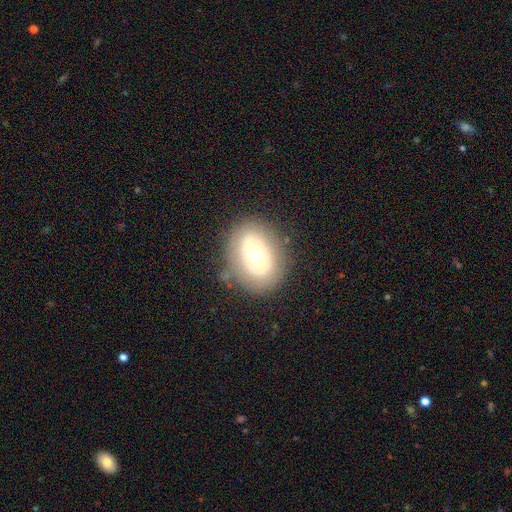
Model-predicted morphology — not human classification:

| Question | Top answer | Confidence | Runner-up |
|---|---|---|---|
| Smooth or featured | featured or disk | 51% | smooth (41%) |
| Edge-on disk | no | 93% | yes (7%) |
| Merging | none | 77% | minor disturbance (15%) |